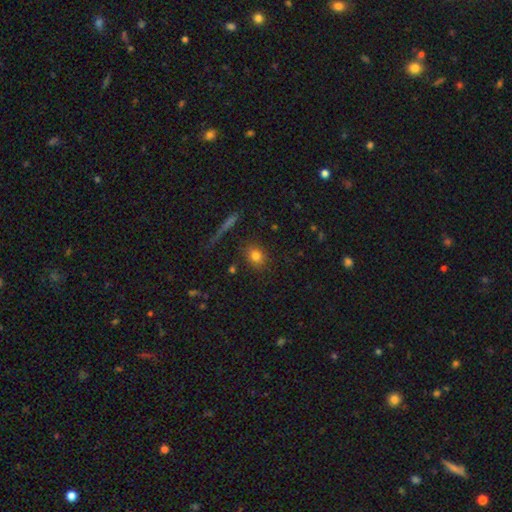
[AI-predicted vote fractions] Smooth or featured? Predicted: smooth (p=0.79). How rounded? Predicted: round (p=0.62). Merging? Predicted: none (p=0.84).